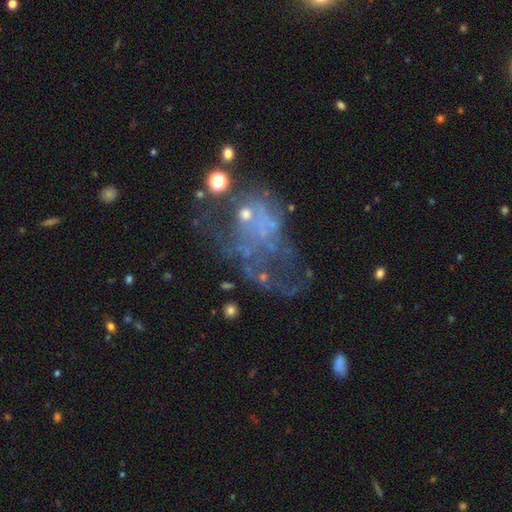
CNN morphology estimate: A featured or disk galaxy (58%) with no bar (90%), no spiral arms (76%) and no central bulge (68%). Merging: major disturbance (42%).